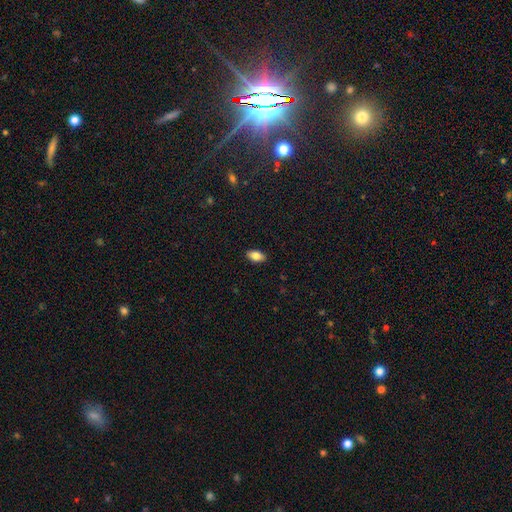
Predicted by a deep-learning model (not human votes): Smooth or featured? smooth (83%)
How rounded? in between (92%)
Merging? none (89%)